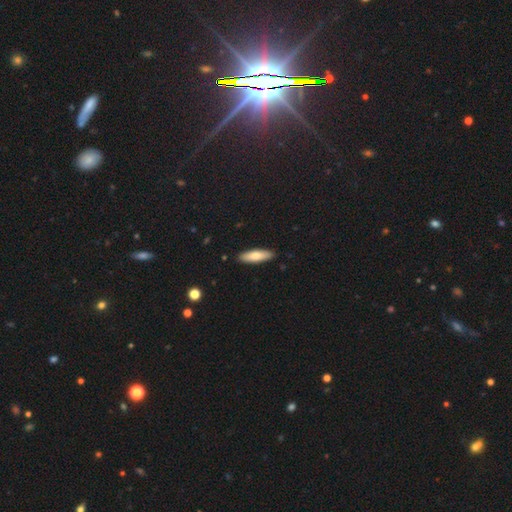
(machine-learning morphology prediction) type=smooth (75%); roundness=cigar-shaped (63%); merging=none (89%).